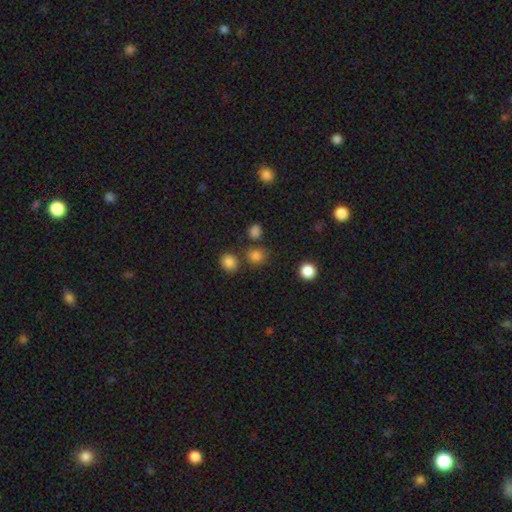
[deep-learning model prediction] The model was most divided on "merging": none: 74%, merger: 12%, minor disturbance: 10%, major disturbance: 4%. More confident: how rounded — round (82%); smooth or featured — smooth (79%).